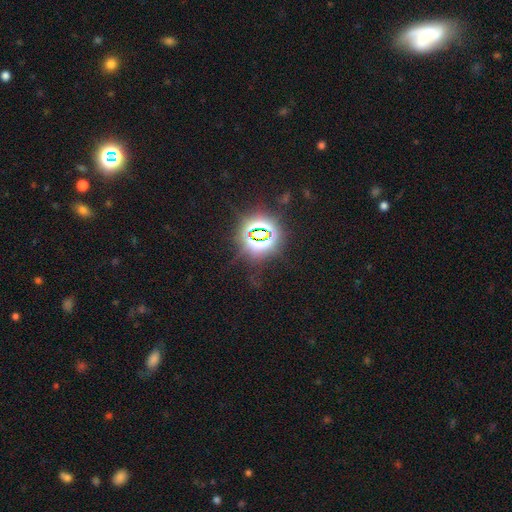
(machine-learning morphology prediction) Smooth or featured? Predicted: star or artifact (p=0.80).